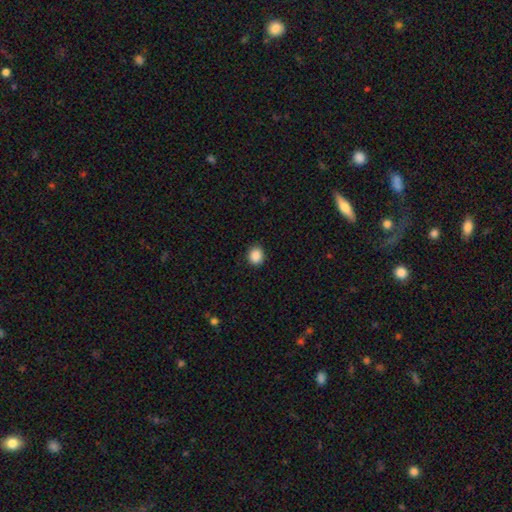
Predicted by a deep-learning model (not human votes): The model was most divided on "how rounded": round: 74%, in between: 26%, cigar-shaped: 1%. More confident: merging — none (89%); smooth or featured — smooth (89%).